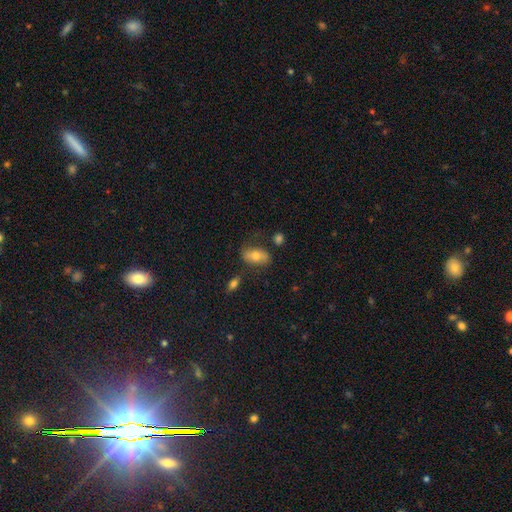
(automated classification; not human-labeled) Smooth or featured: smooth — 63% (featured or disk — 27%)
How rounded: in between — 88% (round — 8%)
Merging: none — 66% (minor disturbance — 20%)